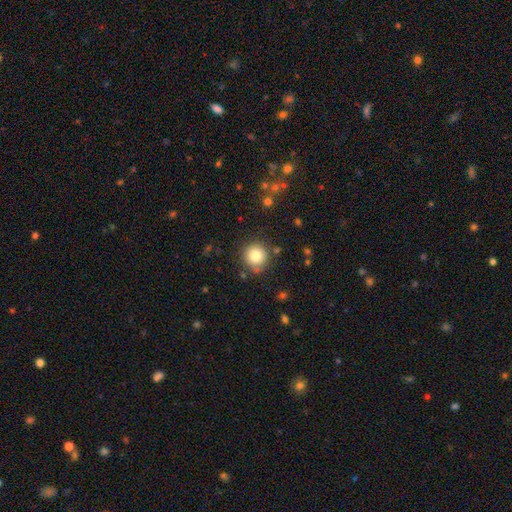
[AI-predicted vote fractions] smooth 82%, star or artifact 10%, featured or disk 8%. Down the decision tree: how rounded — round (93%); merging — none (83%).